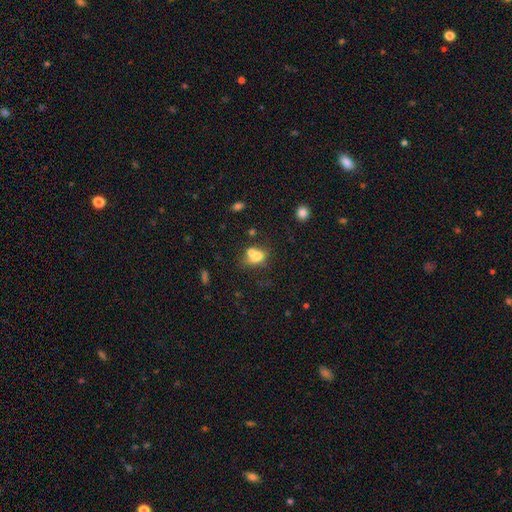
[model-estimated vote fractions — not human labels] Smooth or featured? Predicted: smooth (p=0.67). How rounded? Predicted: in between (p=0.58). Merging? Predicted: merger (p=0.54).